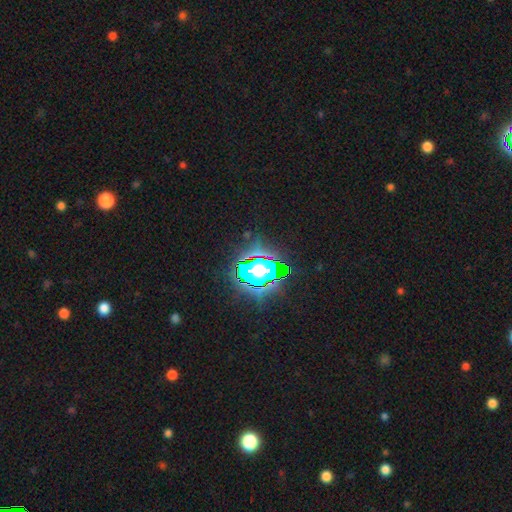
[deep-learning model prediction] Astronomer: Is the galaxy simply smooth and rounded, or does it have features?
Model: star or artifact — 77%.